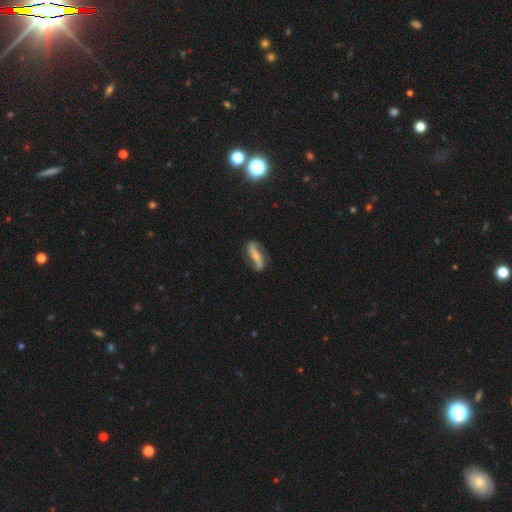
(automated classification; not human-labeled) smooth_or_featured: featured or disk (p=0.76) [alt: smooth p=0.18]
disk_edge_on: no (p=0.87) [alt: yes p=0.13]
bar: strong (p=0.48) [alt: no p=0.28]
has_spiral_arms: yes (p=0.93) [alt: no p=0.07]
spiral_winding: loose (p=0.69) [alt: medium p=0.20]
spiral_arm_count: 2 (p=0.92) [alt: can't tell p=0.03]
bulge_size: small (p=0.53) [alt: moderate p=0.27]
merging: none (p=0.77) [alt: minor disturbance p=0.16]